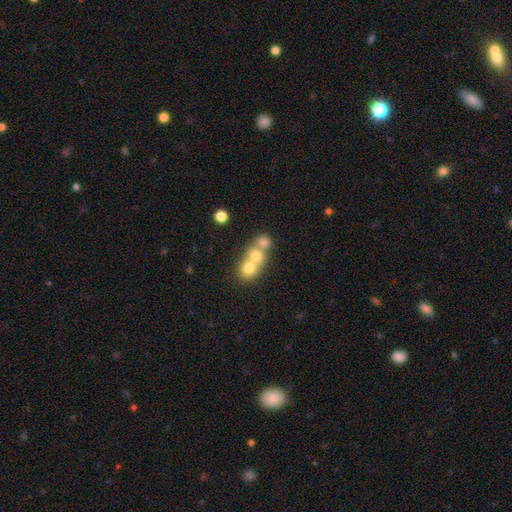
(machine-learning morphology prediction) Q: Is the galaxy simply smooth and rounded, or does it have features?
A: smooth — 70%.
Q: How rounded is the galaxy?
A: round — 73%.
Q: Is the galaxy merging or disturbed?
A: merger — 69%.